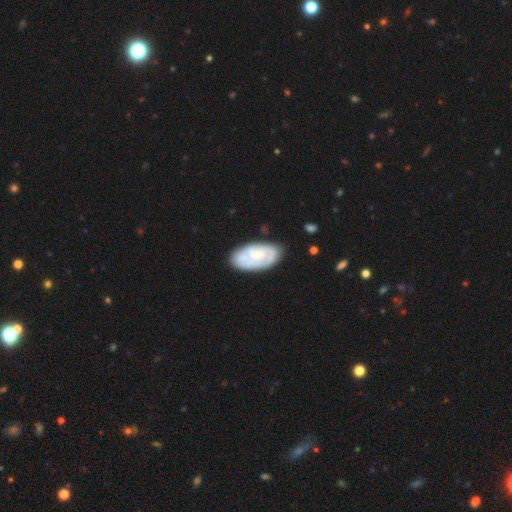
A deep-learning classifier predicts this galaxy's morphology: smooth-or-featured: featured or disk: 55% | smooth: 39% | star or artifact: 6%
  disk-edge-on: no: 95% | yes: 5%
    bar: no: 68% | weak: 26% | strong: 6%
    has-spiral-arms: yes: 66% | no: 34%
    bulge-size: small: 40% | moderate: 28% | none: 25% | large: 6% | dominant: 2%
  merging: none: 69% | minor disturbance: 21% | major disturbance: 6% | merger: 3%